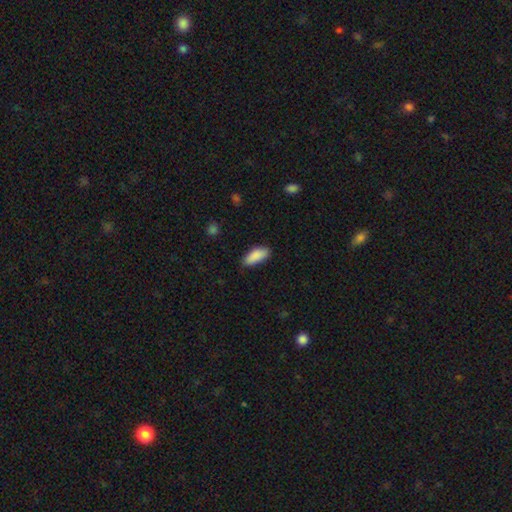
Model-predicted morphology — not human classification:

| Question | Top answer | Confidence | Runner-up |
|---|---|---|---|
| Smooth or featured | smooth | 89% | star or artifact (6%) |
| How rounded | in between | 81% | cigar-shaped (17%) |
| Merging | none | 81% | minor disturbance (15%) |